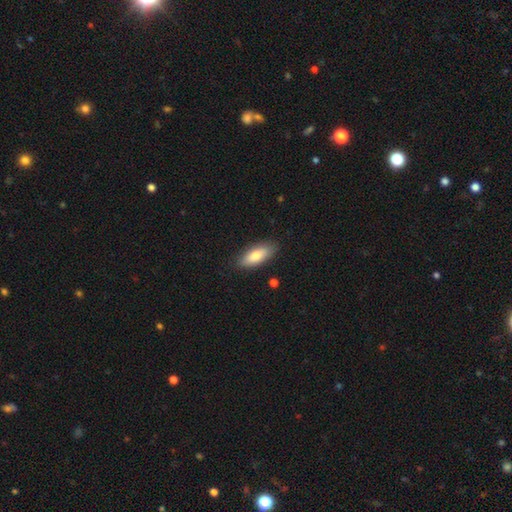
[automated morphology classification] This appears to be a smooth galaxy with no disk features (79%) that is in between round and cigar-shaped (79%). Merging: none (85%).